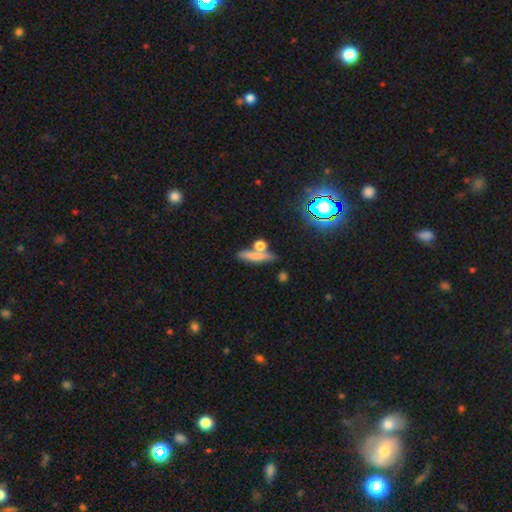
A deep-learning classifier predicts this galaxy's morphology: This appears to be a smooth galaxy with no disk features (62%) that is cigar-shaped (69%). Merging: none (59%).